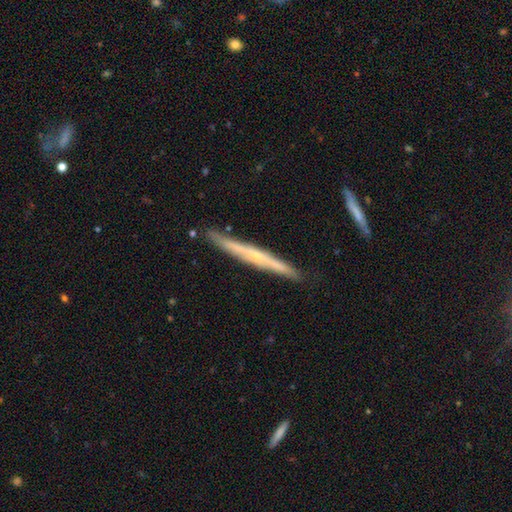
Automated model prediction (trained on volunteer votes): A featured or disk galaxy (68%) viewed edge-on (96%) with a rounded central bulge (58%). Merging: none (87%).